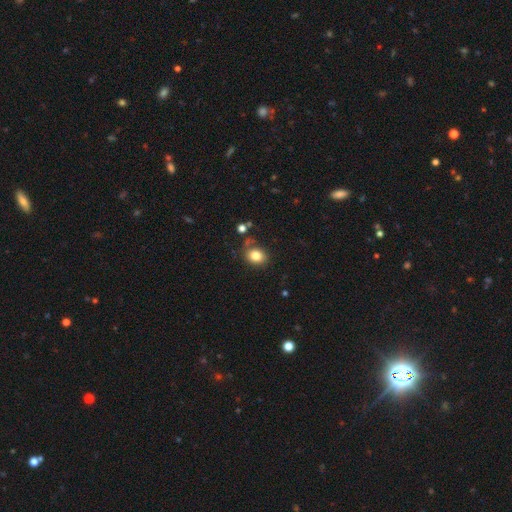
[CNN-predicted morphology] smooth_or_featured: smooth (p=0.81) [alt: star or artifact p=0.11]
how_rounded: round (p=0.53) [alt: in between p=0.46]
merging: none (p=0.73) [alt: minor disturbance p=0.15]